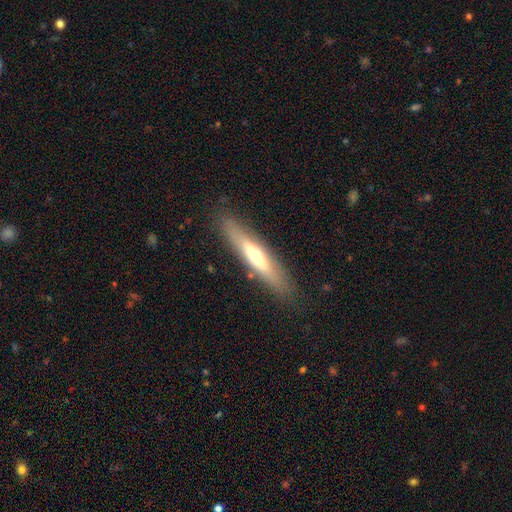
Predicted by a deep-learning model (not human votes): Q: Smooth or featured?
A: featured or disk (48%); runner-up: smooth (45%)
Q: Merging?
A: none (85%); runner-up: minor disturbance (10%)